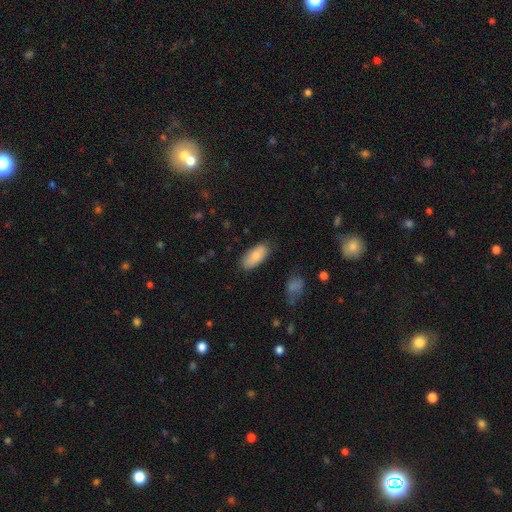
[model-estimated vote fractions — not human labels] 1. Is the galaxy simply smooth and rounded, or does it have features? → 79% smooth, 14% featured or disk, 6% star or artifact.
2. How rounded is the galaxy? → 90% in between, 8% cigar-shaped, 2% round.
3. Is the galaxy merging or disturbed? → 81% none, 14% minor disturbance, 3% major disturbance, 2% merger.